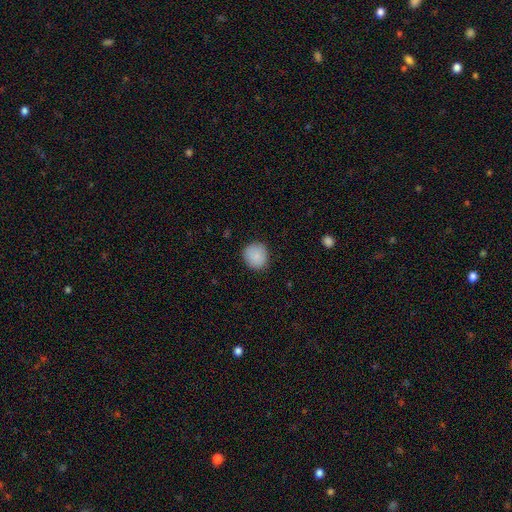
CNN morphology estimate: The model was most divided on "how rounded": round: 88%, in between: 11%, cigar-shaped: 1%. More confident: smooth or featured — smooth (88%); merging — none (88%).